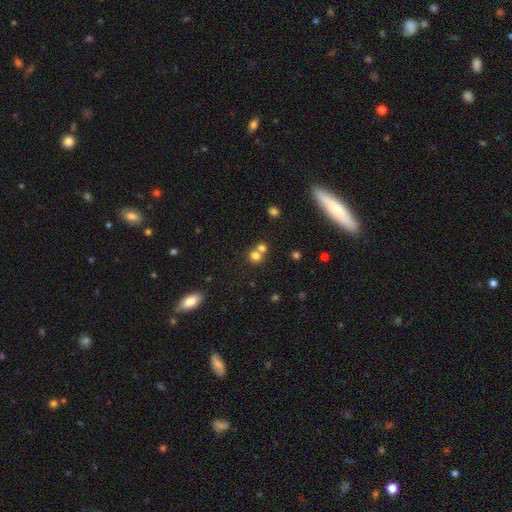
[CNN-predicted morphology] Smooth or featured?
  - smooth: 75% *
  - star or artifact: 15%
  - featured or disk: 10%
How rounded?
  - round: 82% *
  - in between: 17%
  - cigar-shaped: 1%
Merging?
  - merger: 47% *
  - none: 44%
  - minor disturbance: 6%
  - major disturbance: 3%